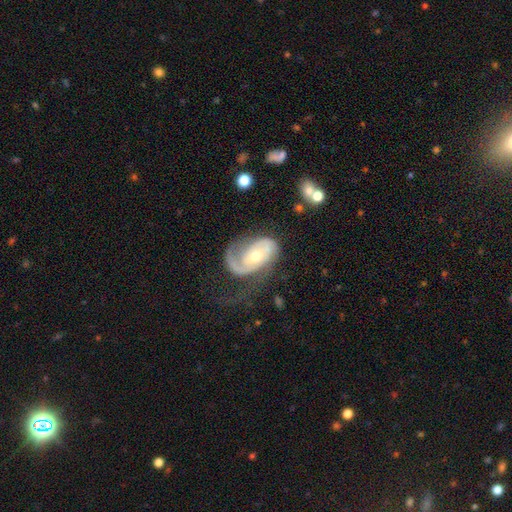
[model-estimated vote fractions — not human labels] Smooth or featured? featured or disk (84%)
Edge-on disk? no (97%)
Bar? no (58%)
Spiral arms? yes (94%)
Spiral winding? tight (42%)
Spiral arm count? 1 (48%)
Bulge size? moderate (64%)
Merging? none (46%)